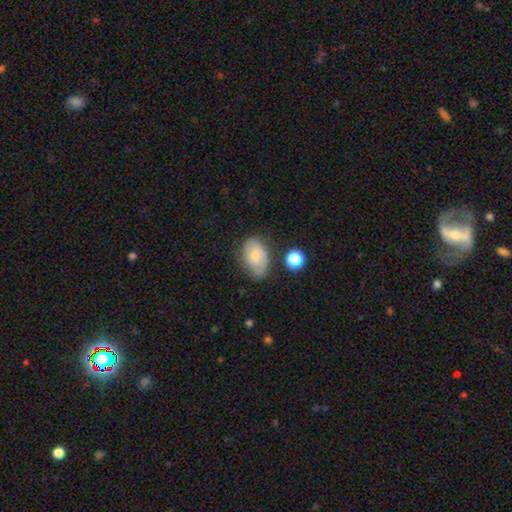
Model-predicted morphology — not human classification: This appears to be a smooth galaxy with no disk features (53%) that is in between round and cigar-shaped (87%). Merging: none (61%).